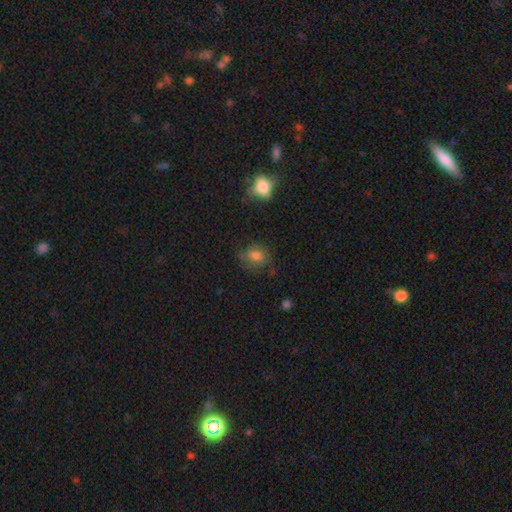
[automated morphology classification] Q: Smooth or featured?
A: smooth (78%); runner-up: star or artifact (12%)
Q: How rounded?
A: in between (50%); runner-up: round (49%)
Q: Merging?
A: none (65%); runner-up: minor disturbance (24%)